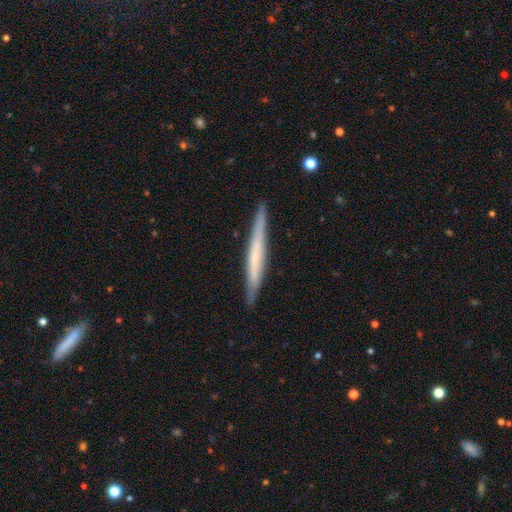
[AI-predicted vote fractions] Smooth or featured? Predicted: featured or disk (p=0.52). Edge-on disk? Predicted: yes (p=0.96). Merging? Predicted: none (p=0.90).